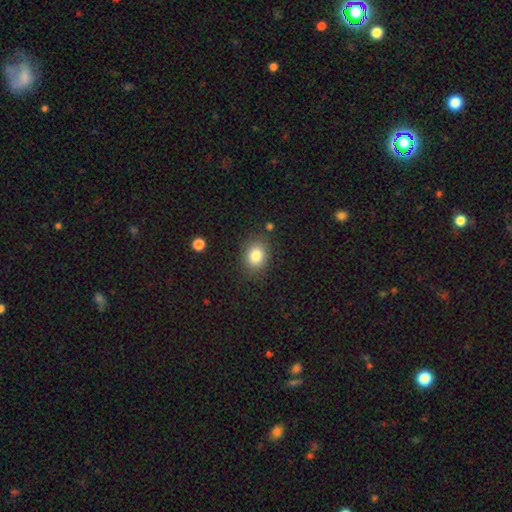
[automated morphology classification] Overall: smooth (82%). How rounded: round (50%; in between 49%). Merging: none (85%).